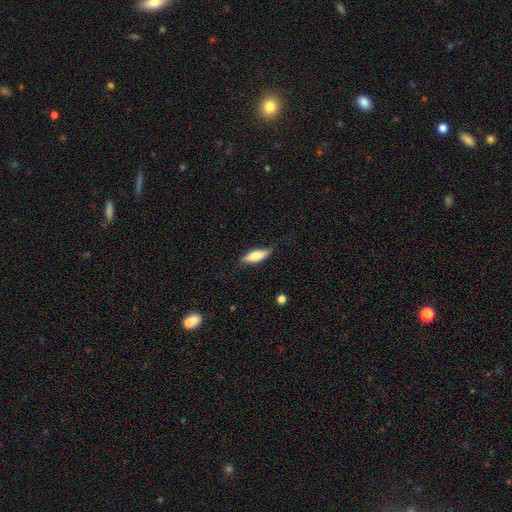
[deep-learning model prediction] This is likely a smooth galaxy (70%). How rounded: possibly in between (53%). Merging: likely none (76%).